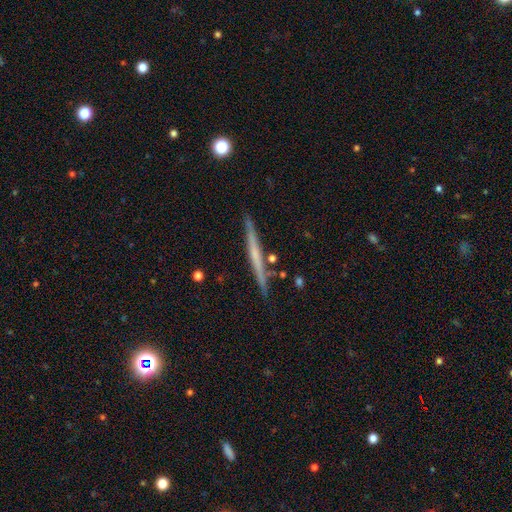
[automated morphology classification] A featured or disk galaxy (56%) viewed edge-on (97%) with no central bulge (81%). Merging: none (87%).